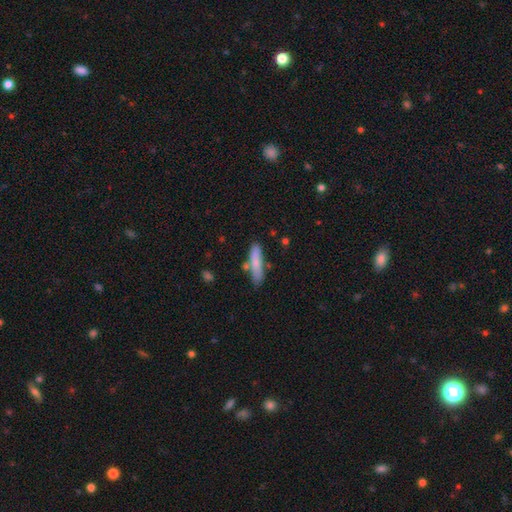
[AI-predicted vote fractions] Overall: smooth (72%). How rounded: cigar-shaped (85%). Merging: none (75%).